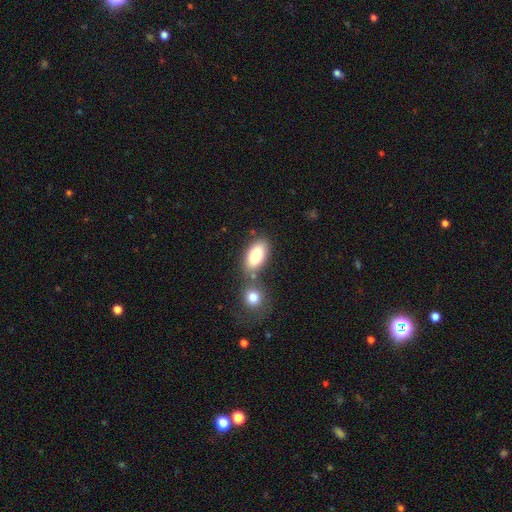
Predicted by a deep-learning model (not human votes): A smooth galaxy with no disk features (82%) that is in between round and cigar-shaped (91%). Merging: none (57%).